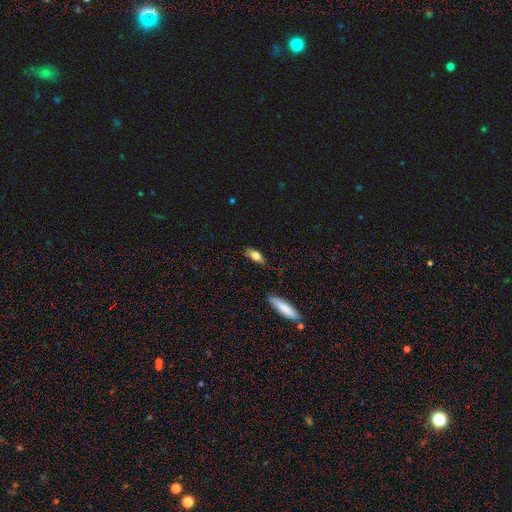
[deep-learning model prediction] Q: Smooth or featured?
A: smooth (68%); runner-up: featured or disk (23%)
Q: How rounded?
A: in between (70%); runner-up: cigar-shaped (24%)
Q: Merging?
A: none (72%); runner-up: minor disturbance (20%)